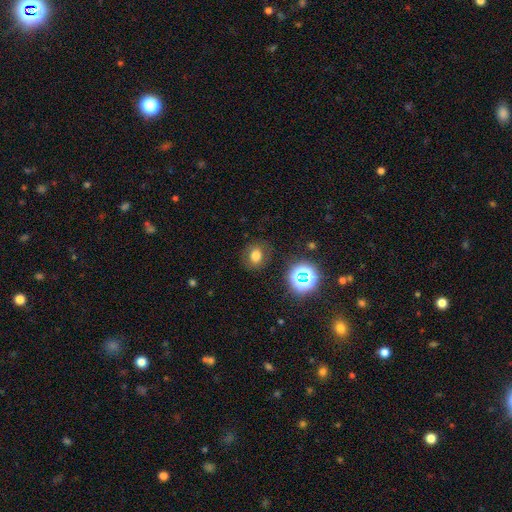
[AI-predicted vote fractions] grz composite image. It shows a smooth galaxy with no disk features (70%) that is round (60%). Merging: none (81%).